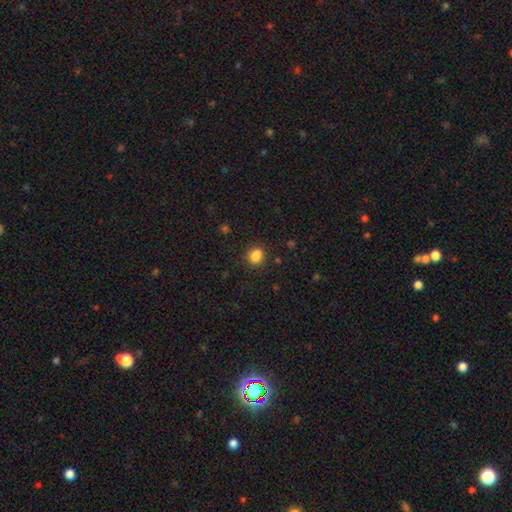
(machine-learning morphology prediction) type=smooth (85%); roundness=round (66%); merging=none (84%).